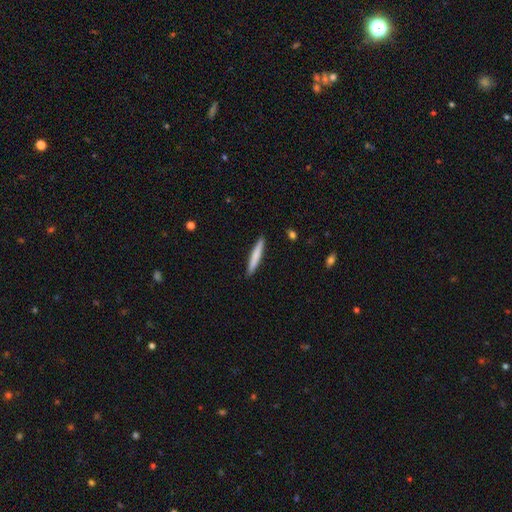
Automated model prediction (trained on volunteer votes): Q: Smooth or featured?
A: smooth (74%); runner-up: featured or disk (21%)
Q: How rounded?
A: cigar-shaped (94%); runner-up: in between (4%)
Q: Merging?
A: none (91%); runner-up: minor disturbance (7%)